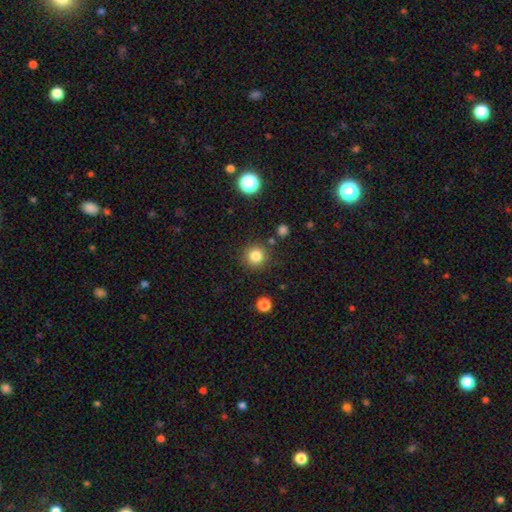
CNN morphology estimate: Overall: smooth (82%). How rounded: round (94%). Merging: none (87%).